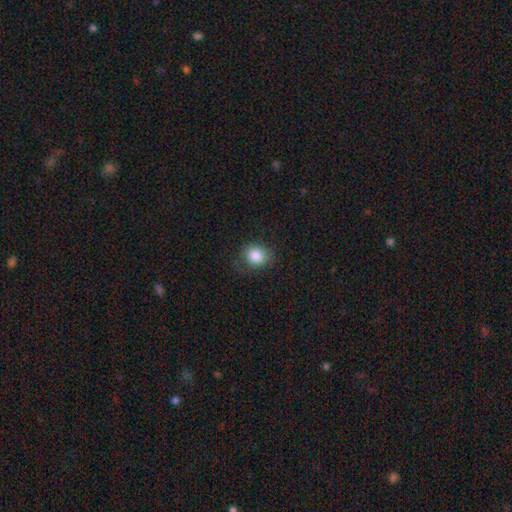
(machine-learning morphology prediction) smooth 85%, star or artifact 9%, featured or disk 6%. Down the decision tree: how rounded — round (75%); merging — none (78%).